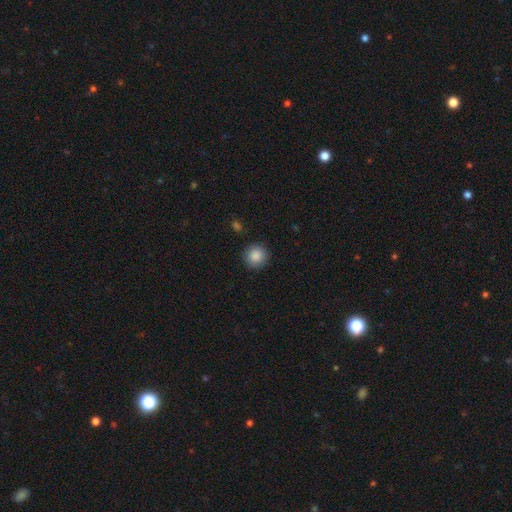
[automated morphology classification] A smooth galaxy with no disk features (88%) that is round (94%).

Vote fractions:
- Smooth or featured? smooth: 88% / star or artifact: 9% / featured or disk: 4%
- How rounded? round: 94% / in between: 5% / cigar-shaped: 1%
- Merging? none: 90% / minor disturbance: 7% / major disturbance: 2% / merger: 1%